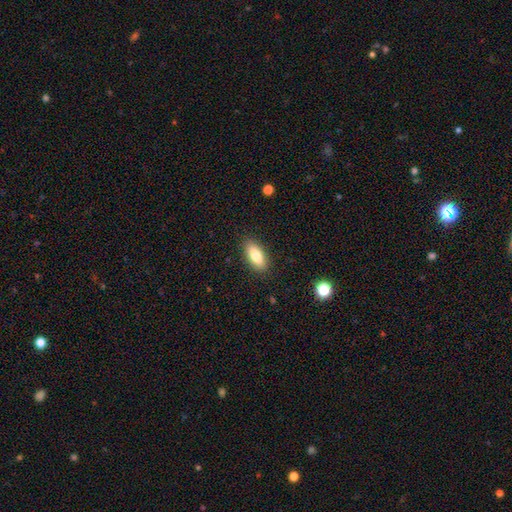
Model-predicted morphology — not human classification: smooth-or-featured: smooth: 82% | featured or disk: 11% | star or artifact: 7%
  how-rounded: in between: 84% | cigar-shaped: 14% | round: 3%
  merging: none: 88% | minor disturbance: 9% | major disturbance: 2% | merger: 1%